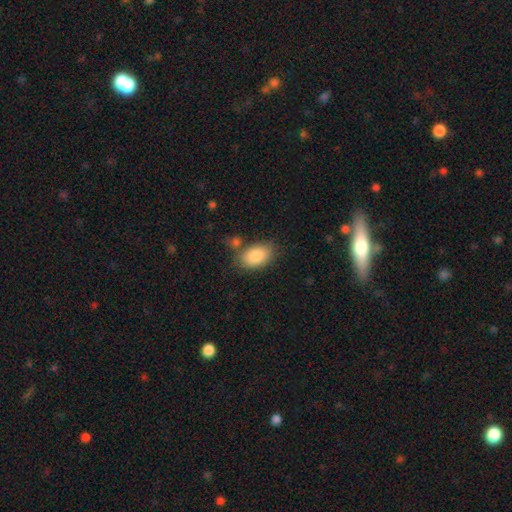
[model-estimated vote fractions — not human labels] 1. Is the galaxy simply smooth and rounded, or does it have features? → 87% smooth, 7% featured or disk, 7% star or artifact.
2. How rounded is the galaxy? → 91% in between, 7% round, 1% cigar-shaped.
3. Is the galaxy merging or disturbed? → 68% none, 17% minor disturbance, 10% merger, 5% major disturbance.